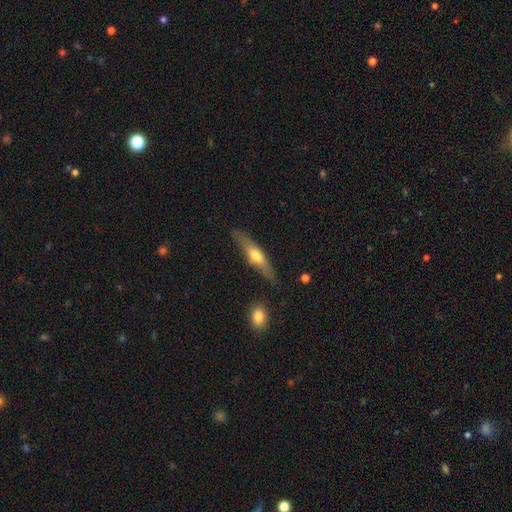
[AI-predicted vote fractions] Q: Smooth or featured?
A: smooth (48%); runner-up: featured or disk (46%)
Q: Merging?
A: none (80%); runner-up: minor disturbance (14%)